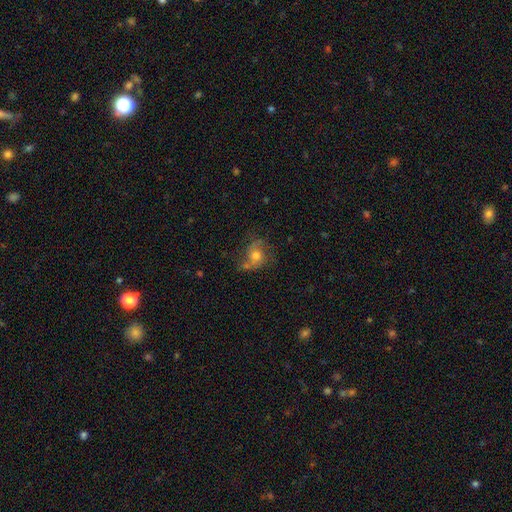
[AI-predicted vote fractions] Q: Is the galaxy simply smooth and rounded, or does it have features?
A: featured or disk — 51%.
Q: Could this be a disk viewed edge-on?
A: no — 96%.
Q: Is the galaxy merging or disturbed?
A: none — 55%.